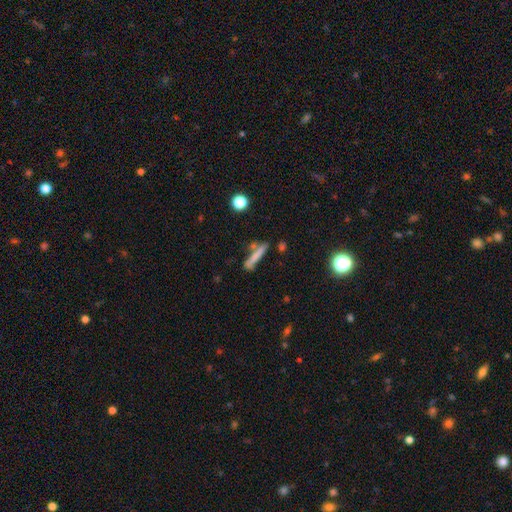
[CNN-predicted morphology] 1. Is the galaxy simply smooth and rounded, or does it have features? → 67% smooth, 24% featured or disk, 9% star or artifact.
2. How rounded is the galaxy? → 90% cigar-shaped, 7% in between, 2% round.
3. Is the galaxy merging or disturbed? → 63% none, 17% minor disturbance, 14% merger, 6% major disturbance.